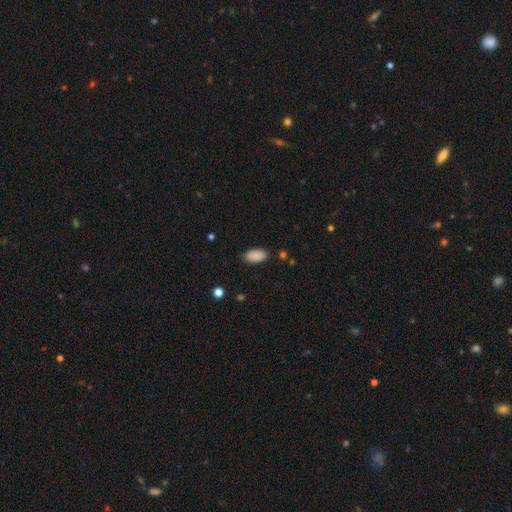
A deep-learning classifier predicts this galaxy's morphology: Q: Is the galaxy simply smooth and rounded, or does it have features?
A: smooth — 89%.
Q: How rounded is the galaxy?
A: in between — 94%.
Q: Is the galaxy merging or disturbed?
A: none — 86%.